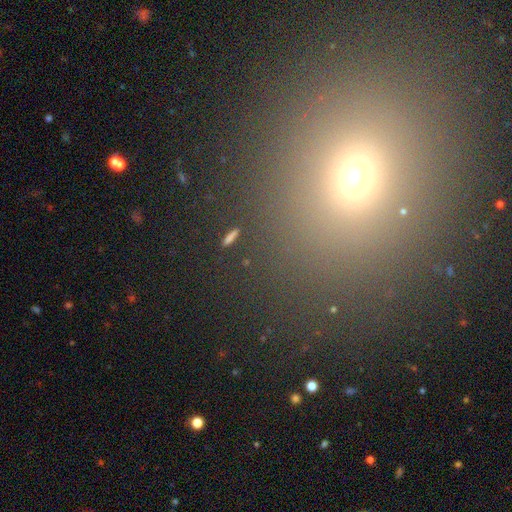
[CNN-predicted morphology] smooth-or-featured: smooth: 57% | star or artifact: 34% | featured or disk: 9%
  how-rounded: round: 74% | in between: 24% | cigar-shaped: 2%
  merging: none: 86% | minor disturbance: 7% | major disturbance: 4% | merger: 3%